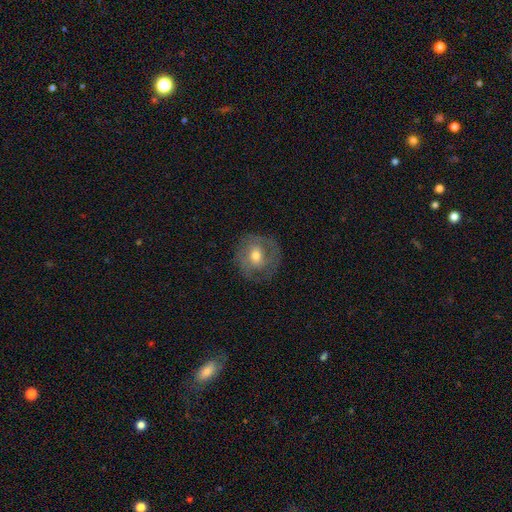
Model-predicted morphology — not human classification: Q: Smooth or featured?
A: featured or disk (61%); runner-up: smooth (31%)
Q: Edge-on disk?
A: no (96%); runner-up: yes (4%)
Q: Bar?
A: no (53%); runner-up: weak (35%)
Q: Spiral arms?
A: yes (72%); runner-up: no (28%)
Q: Bulge size?
A: moderate (70%); runner-up: small (23%)
Q: Merging?
A: none (75%); runner-up: minor disturbance (16%)